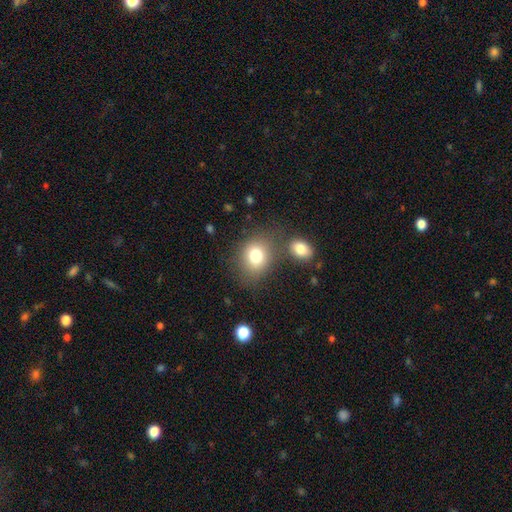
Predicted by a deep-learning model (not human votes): The model was most divided on "how rounded": round: 53%, in between: 46%, cigar-shaped: 1%. More confident: smooth or featured — smooth (78%); merging — none (64%).